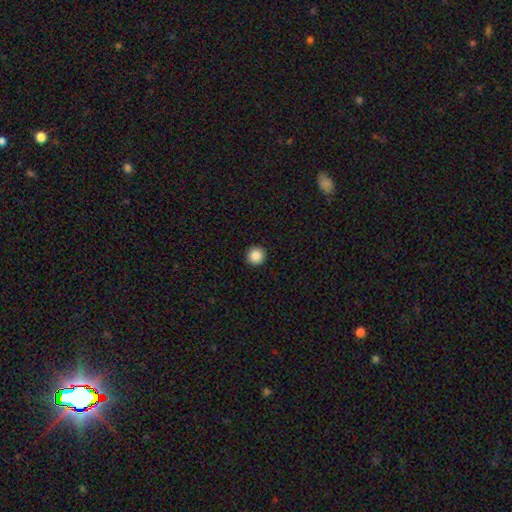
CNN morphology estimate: type=smooth (88%); roundness=round (96%); merging=none (94%).